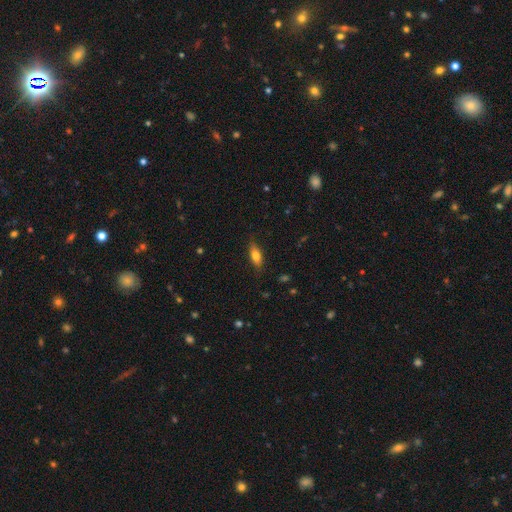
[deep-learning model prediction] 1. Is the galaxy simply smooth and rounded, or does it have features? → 77% smooth, 16% featured or disk, 8% star or artifact.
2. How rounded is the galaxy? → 77% in between, 20% cigar-shaped, 3% round.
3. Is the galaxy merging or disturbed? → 81% none, 14% minor disturbance, 3% major disturbance, 1% merger.